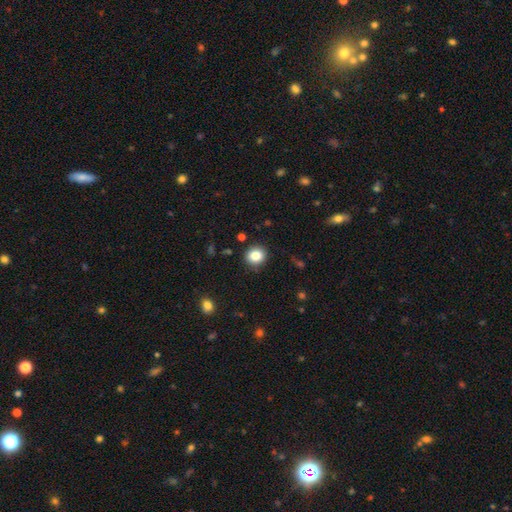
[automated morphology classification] This appears to be a smooth galaxy with no disk features (84%) that is round (84%). Merging: none (90%).